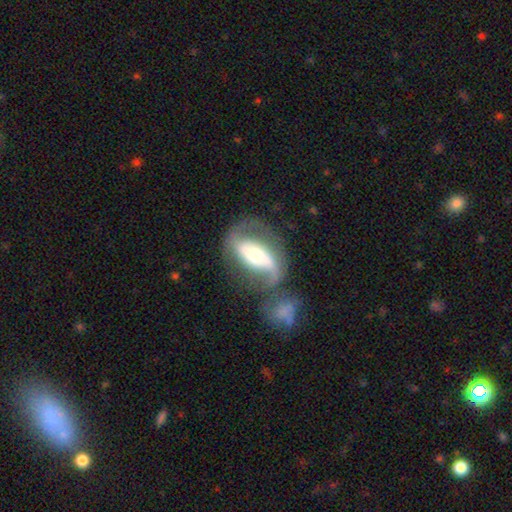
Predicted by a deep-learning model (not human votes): Q: Smooth or featured?
A: featured or disk (73%); runner-up: smooth (21%)
Q: Edge-on disk?
A: no (92%); runner-up: yes (8%)
Q: Bar?
A: strong (44%); runner-up: no (33%)
Q: Spiral arms?
A: yes (80%); runner-up: no (20%)
Q: Spiral winding?
A: loose (47%); runner-up: medium (35%)
Q: Spiral arm count?
A: 2 (80%); runner-up: 1 (10%)
Q: Bulge size?
A: moderate (58%); runner-up: small (26%)
Q: Merging?
A: none (45%); runner-up: merger (21%)